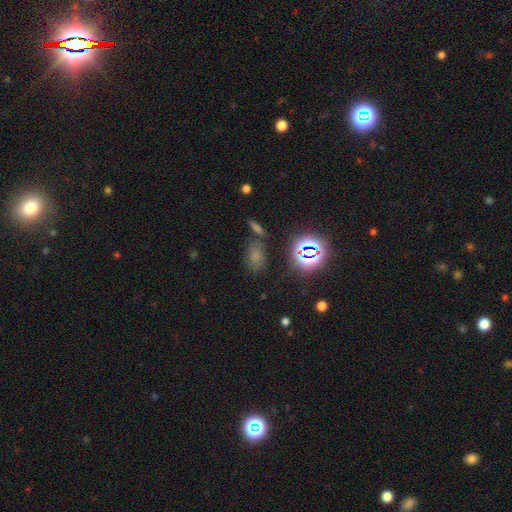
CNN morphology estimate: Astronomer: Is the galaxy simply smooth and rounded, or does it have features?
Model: smooth — 59%.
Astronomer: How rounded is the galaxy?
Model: in between — 78%.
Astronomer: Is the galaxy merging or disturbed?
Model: none — 66%.